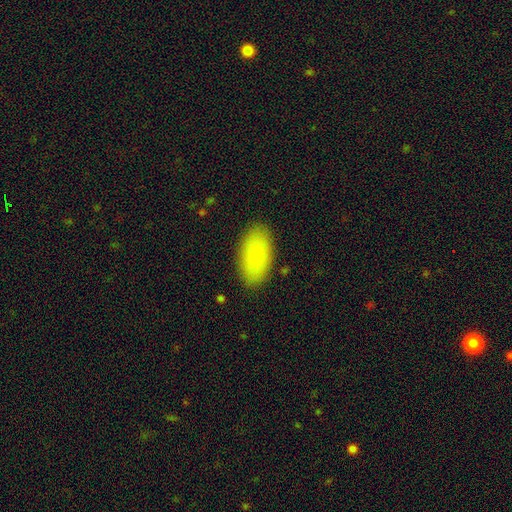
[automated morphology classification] Smooth or featured? smooth (87%)
How rounded? in between (94%)
Merging? none (88%)